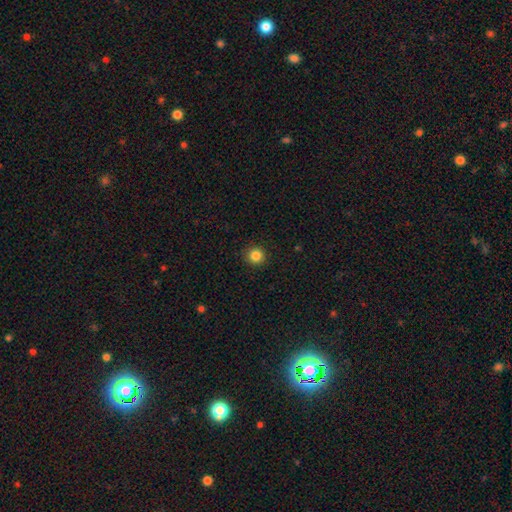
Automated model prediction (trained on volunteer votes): smooth-or-featured: smooth: 84% | star or artifact: 11% | featured or disk: 4%
  how-rounded: round: 94% | in between: 5% | cigar-shaped: 1%
  merging: none: 92% | minor disturbance: 5% | major disturbance: 2% | merger: 1%